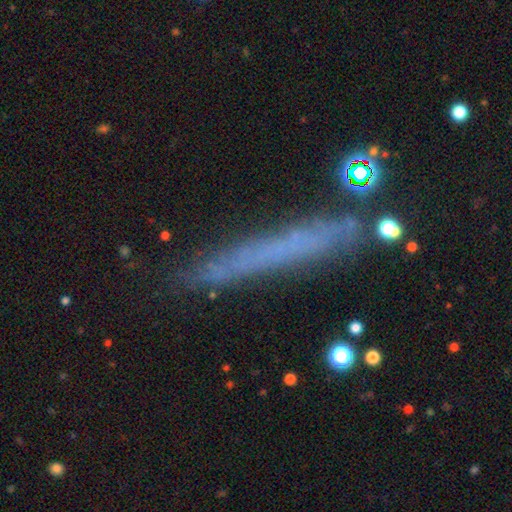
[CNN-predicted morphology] smooth 44%, featured or disk 39%, star or artifact 16%. Down the decision tree: merging — none (79%).